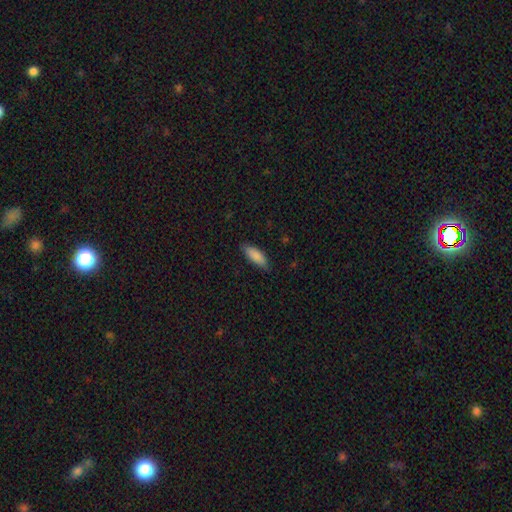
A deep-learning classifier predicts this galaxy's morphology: smooth-or-featured: smooth: 87% | featured or disk: 7% | star or artifact: 6%
  how-rounded: in between: 74% | cigar-shaped: 25% | round: 2%
  merging: none: 79% | minor disturbance: 17% | major disturbance: 3% | merger: 1%